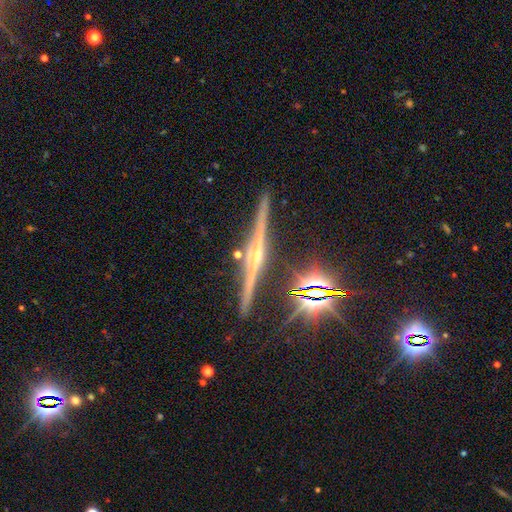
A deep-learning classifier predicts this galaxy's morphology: smooth_or_featured: featured or disk (p=0.81) [alt: star or artifact p=0.12]
disk_edge_on: yes (p=0.98) [alt: no p=0.02]
edge_on_bulge: rounded (p=0.85) [alt: none p=0.09]
merging: none (p=0.89) [alt: minor disturbance p=0.07]